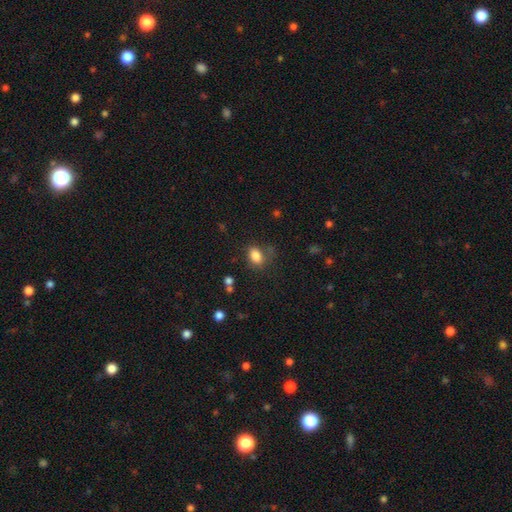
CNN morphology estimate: A smooth galaxy with no disk features (84%) that is in between round and cigar-shaped (78%). Merging: none (68%).